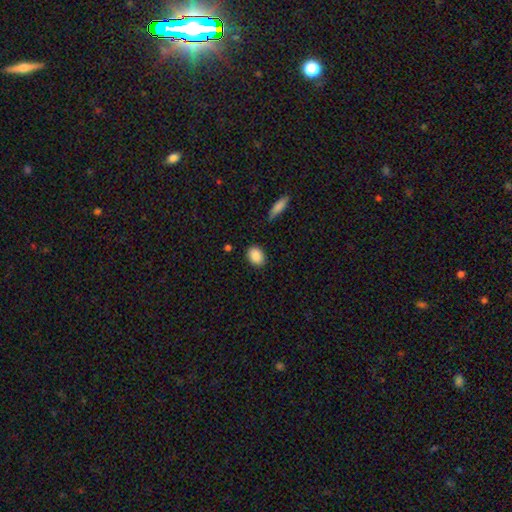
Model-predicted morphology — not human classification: Smooth or featured: smooth — 87% (star or artifact — 8%)
How rounded: in between — 65% (round — 34%)
Merging: none — 85% (minor disturbance — 10%)